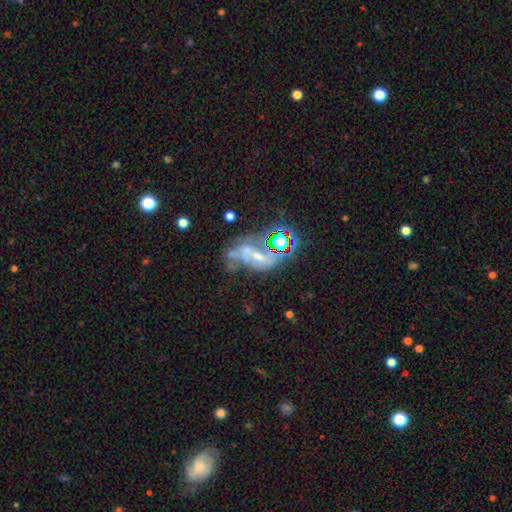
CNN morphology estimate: A featured or disk galaxy (45%).

Vote fractions:
- Smooth or featured? featured or disk: 45% / star or artifact: 34% / smooth: 21%
- Merging? none: 30% / major disturbance: 29% / merger: 25% / minor disturbance: 17%